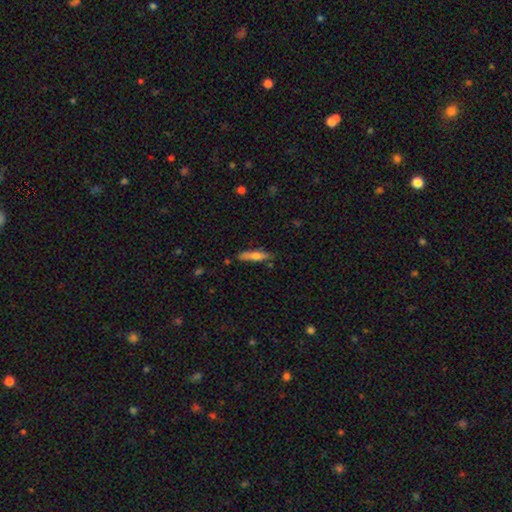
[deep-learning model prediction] A smooth galaxy with no disk features (62%) that is cigar-shaped (77%).

Vote fractions:
- Smooth or featured? smooth: 62% / featured or disk: 32% / star or artifact: 6%
- How rounded? cigar-shaped: 77% / in between: 21% / round: 2%
- Merging? none: 79% / minor disturbance: 15% / merger: 3% / major disturbance: 3%